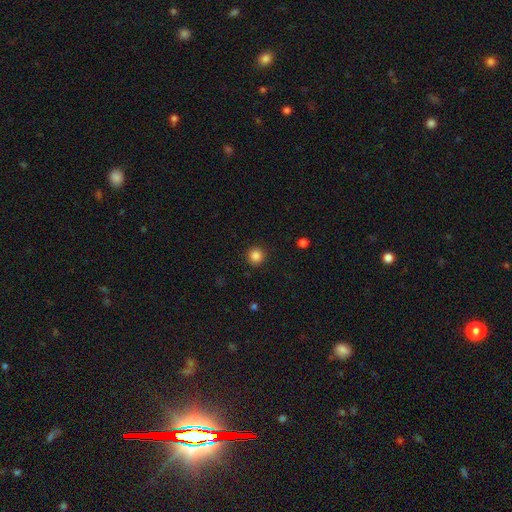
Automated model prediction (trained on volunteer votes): Overall: smooth (85%). How rounded: round (95%). Merging: none (92%).